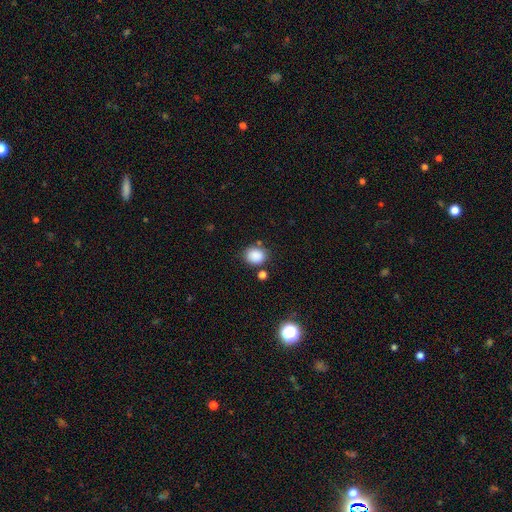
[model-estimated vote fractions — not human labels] Overall: smooth (86%). How rounded: round (66%; in between 33%). Merging: none (78%).